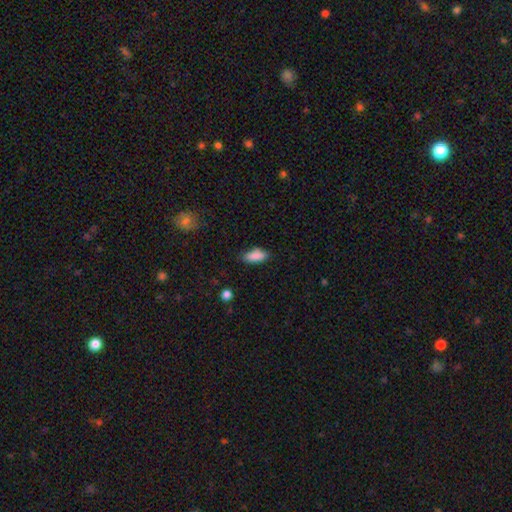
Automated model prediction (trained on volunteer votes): A smooth galaxy with no disk features (87%) that is in between round and cigar-shaped (82%).

Vote fractions:
- Smooth or featured? smooth: 87% / star or artifact: 7% / featured or disk: 6%
- How rounded? in between: 82% / cigar-shaped: 15% / round: 2%
- Merging? none: 76% / minor disturbance: 19% / major disturbance: 3% / merger: 2%